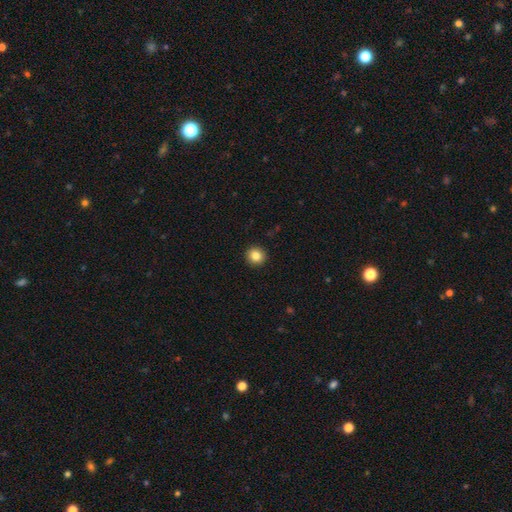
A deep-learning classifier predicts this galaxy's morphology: smooth 84%, star or artifact 10%, featured or disk 6%. Down the decision tree: how rounded — round (94%); merging — none (93%).